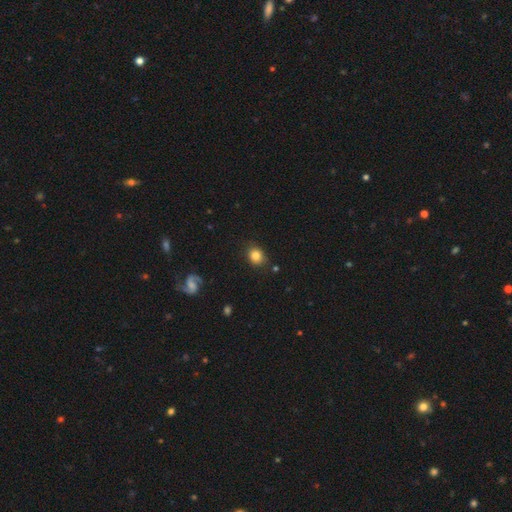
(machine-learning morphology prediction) Smooth or featured? Predicted: smooth (p=0.81). How rounded? Predicted: round (p=0.64). Merging? Predicted: none (p=0.82).